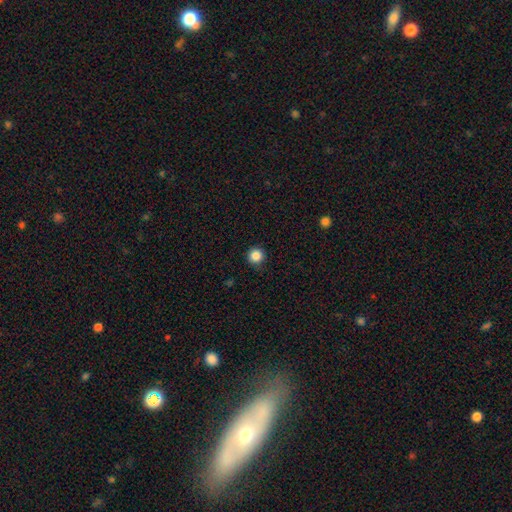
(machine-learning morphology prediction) This appears to be a smooth galaxy with no disk features (86%) that is round (96%). Merging: none (91%).